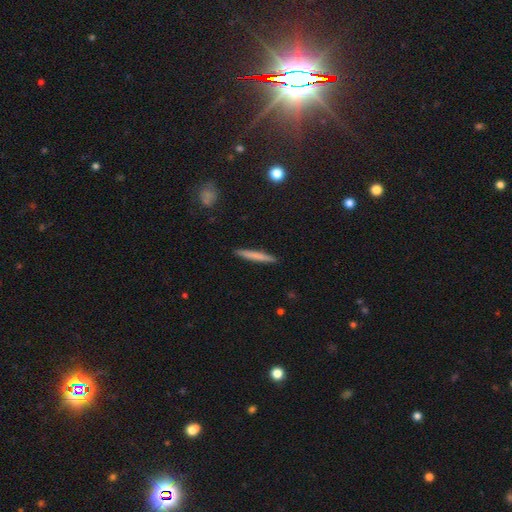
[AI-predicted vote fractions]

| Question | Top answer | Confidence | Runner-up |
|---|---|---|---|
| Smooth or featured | smooth | 68% | featured or disk (26%) |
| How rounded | cigar-shaped | 96% | in between (3%) |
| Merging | none | 92% | minor disturbance (6%) |